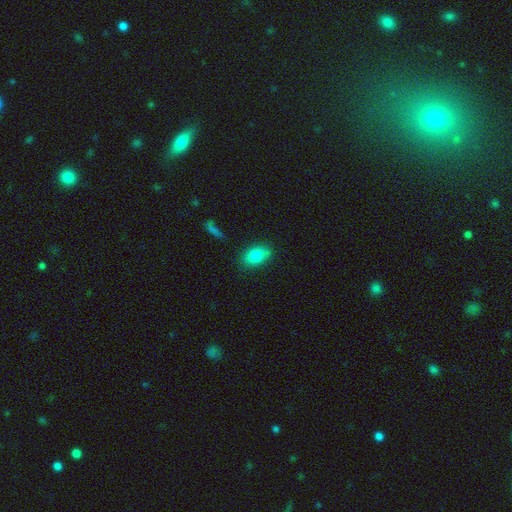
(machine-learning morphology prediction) smooth_or_featured: smooth (p=0.84) [alt: featured or disk p=0.09]
how_rounded: in between (p=0.87) [alt: round p=0.10]
merging: none (p=0.81) [alt: minor disturbance p=0.14]